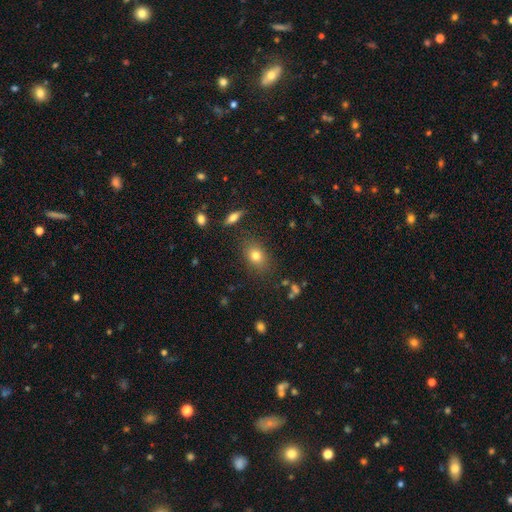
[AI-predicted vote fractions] This appears to be a smooth galaxy with no disk features (78%) that is in between round and cigar-shaped (63%). Merging: none (82%).